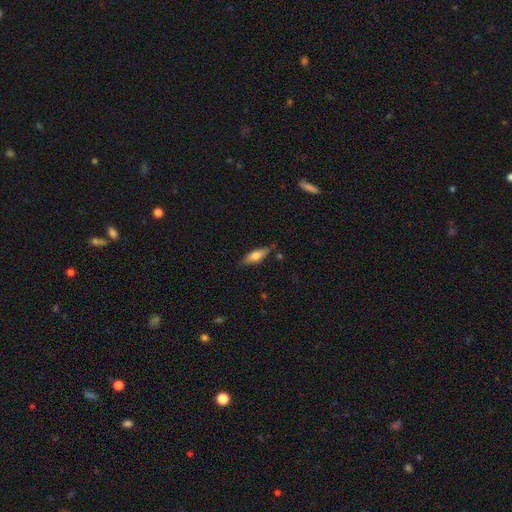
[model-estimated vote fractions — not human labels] smooth 60%, featured or disk 33%, star or artifact 6%. Down the decision tree: how rounded — in between (50%); merging — none (79%).